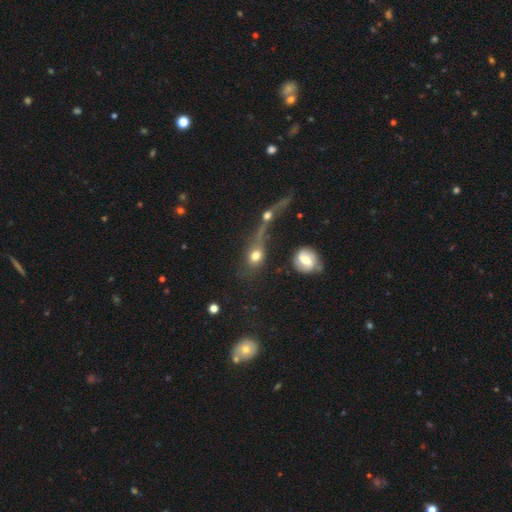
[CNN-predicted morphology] This is likely a smooth galaxy (65%). How rounded: possibly round (49%). Merging: marginally none (36%).